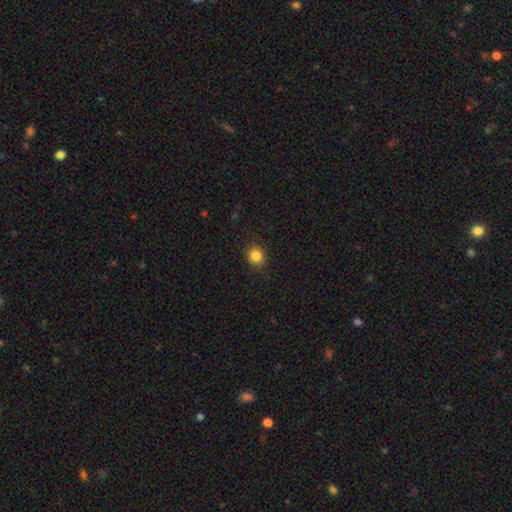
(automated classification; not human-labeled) Smooth or featured? smooth (85%)
How rounded? round (77%)
Merging? none (87%)